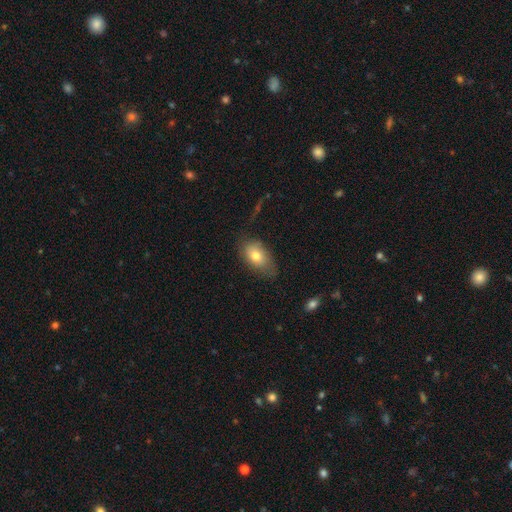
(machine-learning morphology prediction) smooth-or-featured: smooth: 76% | featured or disk: 15% | star or artifact: 8%
  how-rounded: in between: 88% | round: 9% | cigar-shaped: 3%
  merging: none: 64% | minor disturbance: 27% | major disturbance: 7% | merger: 2%